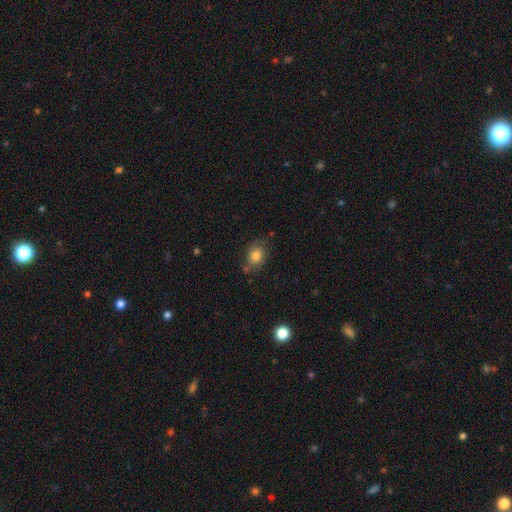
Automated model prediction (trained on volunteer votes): A smooth galaxy with no disk features (73%) that is in between round and cigar-shaped (58%). Merging: none (66%).